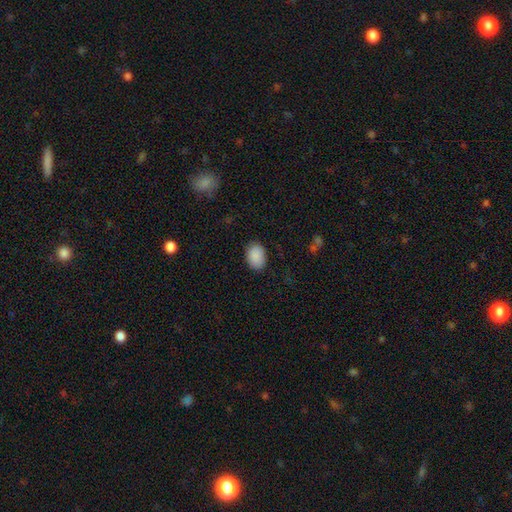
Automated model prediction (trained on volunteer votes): A smooth galaxy with no disk features (90%) that is in between round and cigar-shaped (77%). Merging: none (86%).